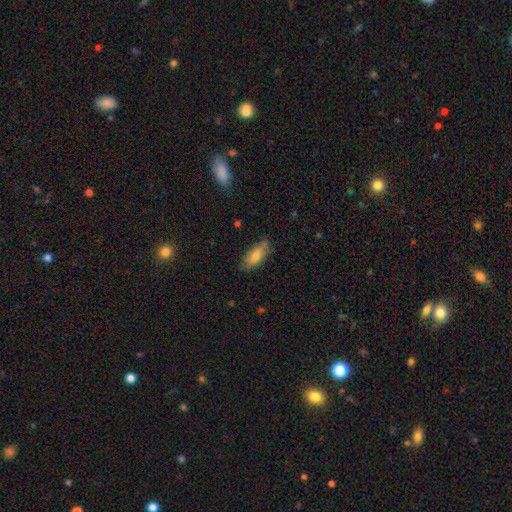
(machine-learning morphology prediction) smooth-or-featured: smooth: 73% | featured or disk: 19% | star or artifact: 7%
  how-rounded: in between: 80% | cigar-shaped: 18% | round: 3%
  merging: none: 71% | minor disturbance: 22% | major disturbance: 4% | merger: 3%